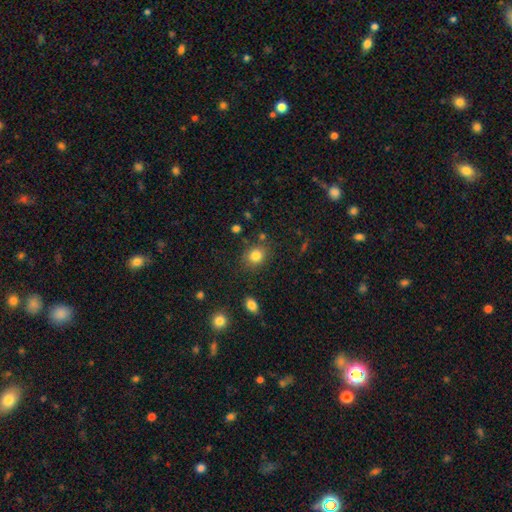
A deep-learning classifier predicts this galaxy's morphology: Smooth or featured: smooth — 83% (star or artifact — 11%)
How rounded: round — 68% (in between — 31%)
Merging: none — 80% (minor disturbance — 12%)